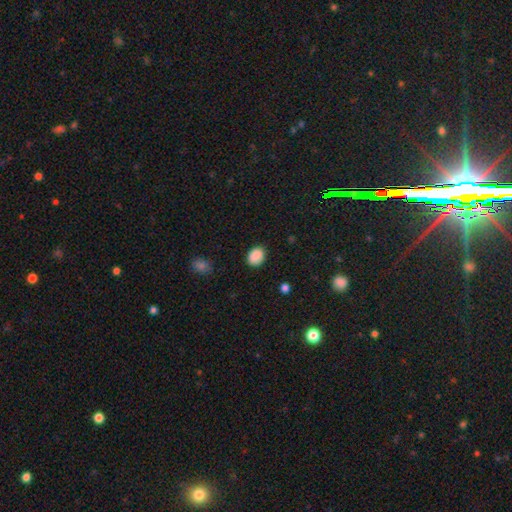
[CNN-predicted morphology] Overall: smooth (89%). How rounded: in between (56%; round 43%). Merging: none (85%).